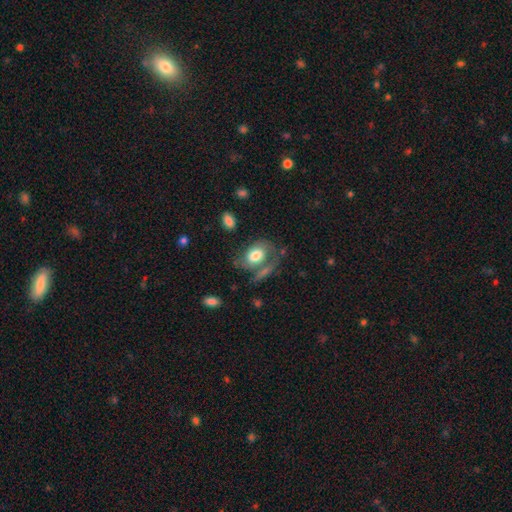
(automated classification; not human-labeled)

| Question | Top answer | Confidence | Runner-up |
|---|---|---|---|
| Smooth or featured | smooth | 62% | featured or disk (31%) |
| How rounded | in between | 82% | round (16%) |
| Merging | none | 45% | minor disturbance (22%) |